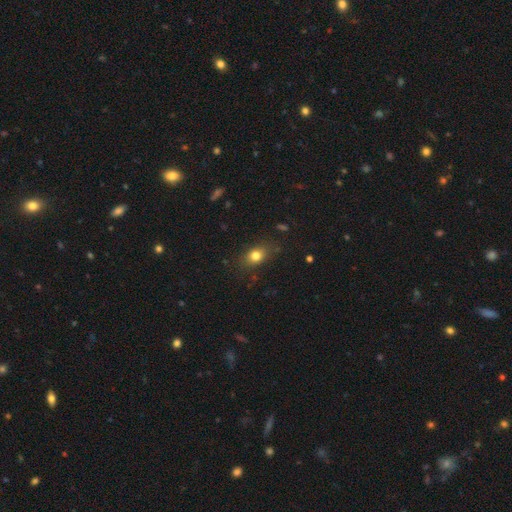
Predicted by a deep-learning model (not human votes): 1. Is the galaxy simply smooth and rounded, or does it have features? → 80% smooth, 11% star or artifact, 9% featured or disk.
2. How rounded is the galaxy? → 62% in between, 36% round, 2% cigar-shaped.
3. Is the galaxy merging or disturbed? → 79% none, 15% minor disturbance, 4% major disturbance, 1% merger.